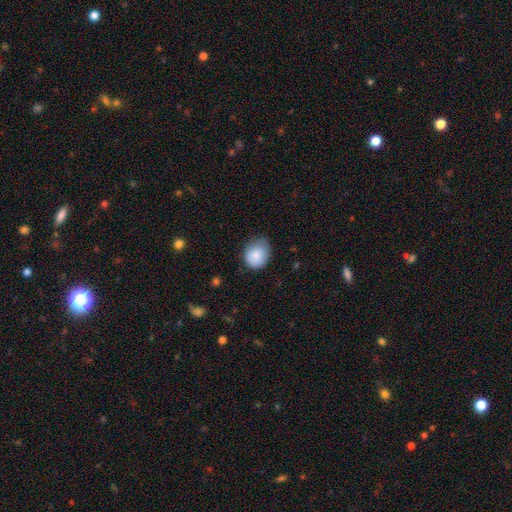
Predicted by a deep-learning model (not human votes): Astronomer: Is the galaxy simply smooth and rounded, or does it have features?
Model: smooth — 86%.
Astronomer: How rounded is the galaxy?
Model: round — 59% (runner-up: in between, 40%).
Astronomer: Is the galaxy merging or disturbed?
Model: none — 57% (runner-up: minor disturbance, 35%).